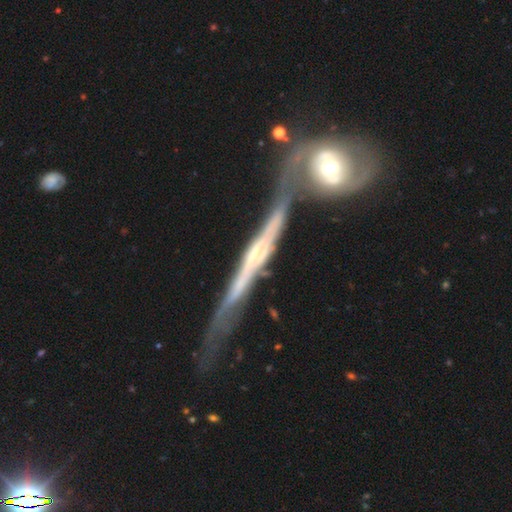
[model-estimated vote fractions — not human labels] A featured or disk galaxy (84%) viewed edge-on (82%) with a rounded central bulge (41%, tied with none).

Vote fractions:
- Smooth or featured? featured or disk: 84% / smooth: 11% / star or artifact: 5%
- Edge-on disk? yes: 82% / no: 18%
- Edge-on bulge? rounded: 41% (tied) / none: 41% (tied) / boxy: 18%
- Merging? none: 38% (tied) / merger: 38% (tied) / minor disturbance: 16% / major disturbance: 8%